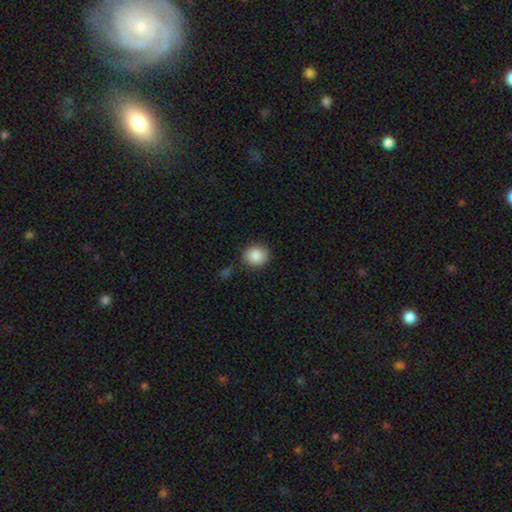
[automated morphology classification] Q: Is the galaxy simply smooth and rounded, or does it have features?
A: smooth — 88%.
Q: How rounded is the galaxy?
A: round — 77%.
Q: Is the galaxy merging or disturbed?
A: none — 83%.